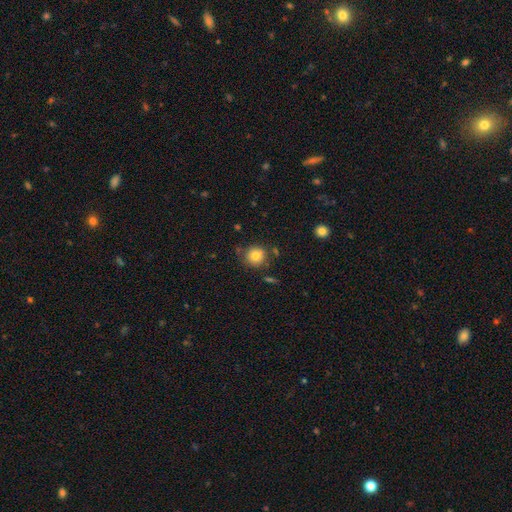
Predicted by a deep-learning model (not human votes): Morphology: type=smooth (80%); roundness=round (90%); merging=none (78%).